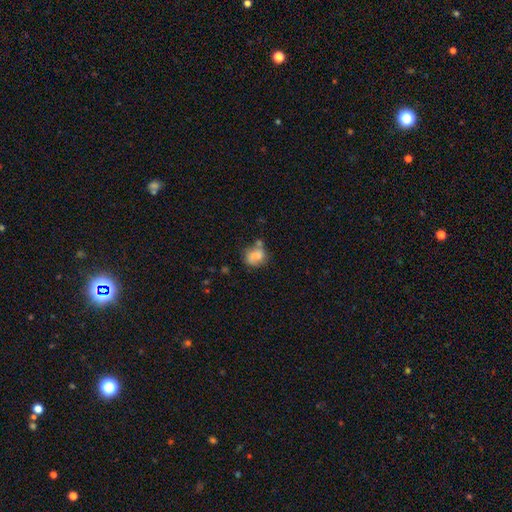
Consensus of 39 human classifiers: Smooth or featured? smooth (62%)
How rounded? round (58%)
Merging? none (37%)